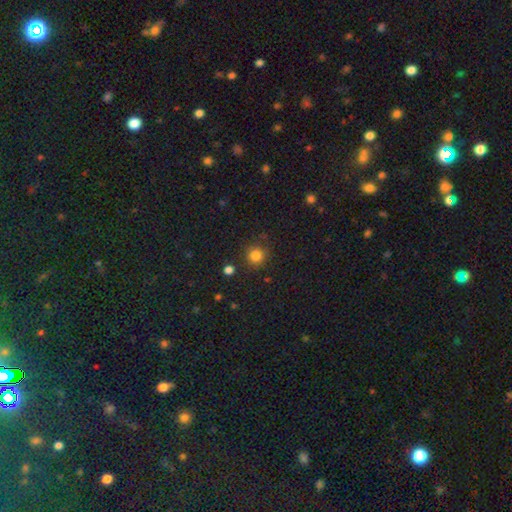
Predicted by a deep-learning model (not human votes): smooth_or_featured: smooth (p=0.82) [alt: star or artifact p=0.13]
how_rounded: round (p=0.92) [alt: in between p=0.07]
merging: none (p=0.84) [alt: minor disturbance p=0.09]